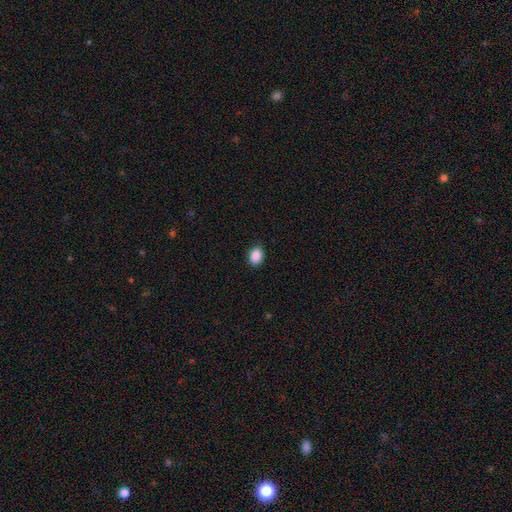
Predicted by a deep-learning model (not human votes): A smooth galaxy with no disk features (89%) that is in between round and cigar-shaped (65%). Merging: none (86%).